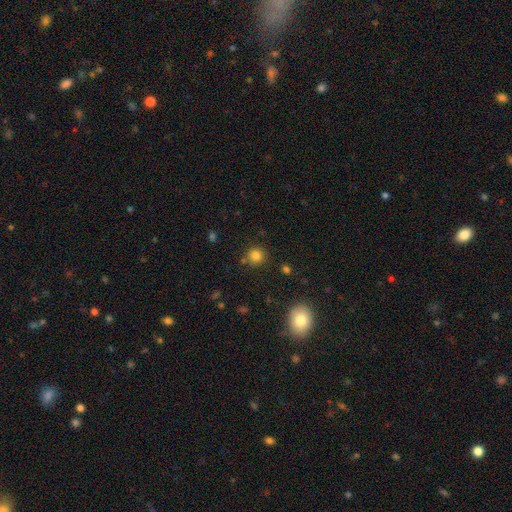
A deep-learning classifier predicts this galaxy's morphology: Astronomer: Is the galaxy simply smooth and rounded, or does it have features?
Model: smooth — 82%.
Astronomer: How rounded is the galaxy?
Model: round — 91%.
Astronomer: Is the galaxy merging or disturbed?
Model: none — 82%.